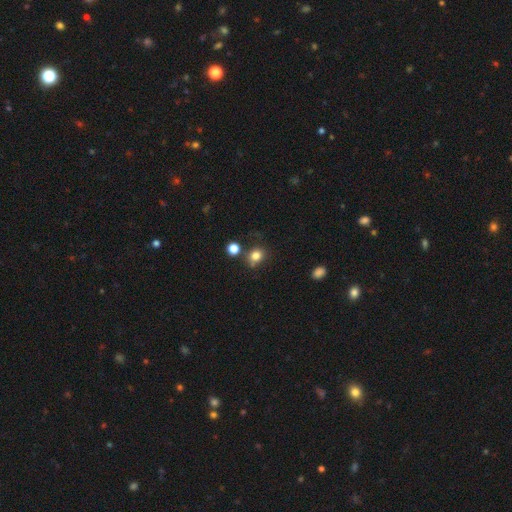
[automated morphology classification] A smooth galaxy with no disk features (80%) that is round (71%). Merging: none (69%).